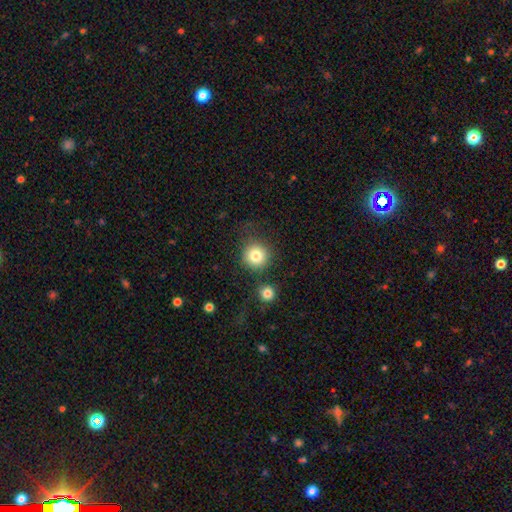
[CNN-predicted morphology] Overall: smooth (82%). How rounded: round (94%). Merging: none (78%).